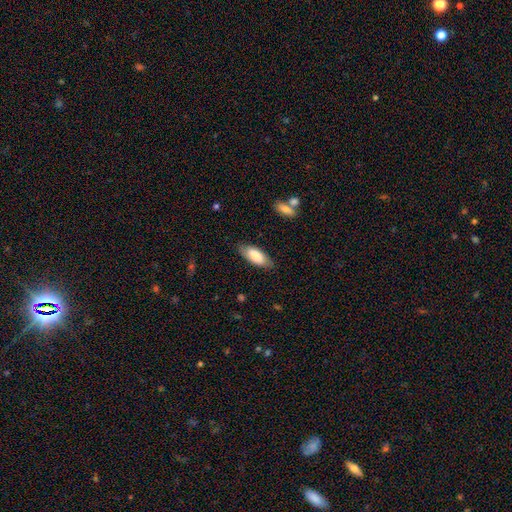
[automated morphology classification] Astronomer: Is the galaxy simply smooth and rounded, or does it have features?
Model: smooth — 82%.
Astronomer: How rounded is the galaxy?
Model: in between — 84%.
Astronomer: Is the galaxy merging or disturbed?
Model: none — 81%.